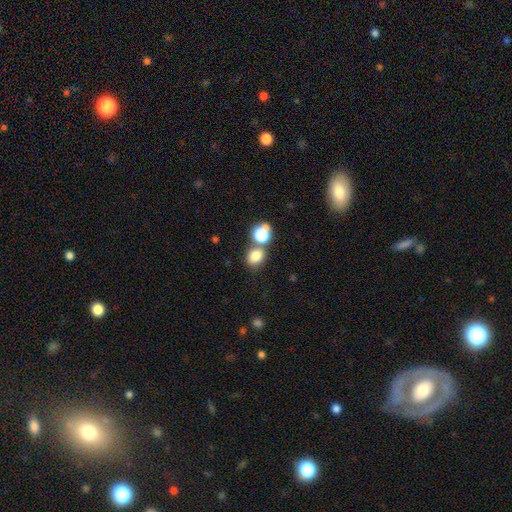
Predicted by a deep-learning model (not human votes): This is likely a smooth galaxy (77%). How rounded: likely round (64%). Merging: possibly none (56%).